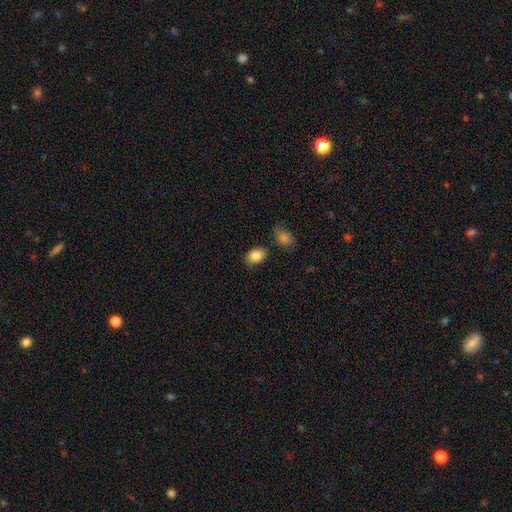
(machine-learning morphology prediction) smooth_or_featured: smooth (p=0.85) [alt: star or artifact p=0.08]
how_rounded: in between (p=0.78) [alt: round p=0.21]
merging: none (p=0.79) [alt: minor disturbance p=0.14]